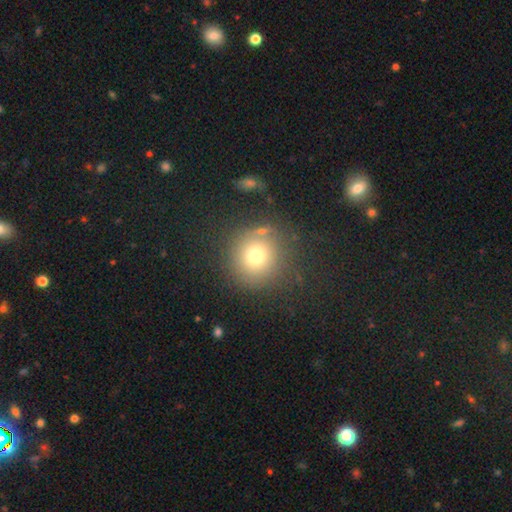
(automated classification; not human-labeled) Smooth or featured? Predicted: smooth (p=0.72). How rounded? Predicted: round (p=0.93). Merging? Predicted: none (p=0.80).